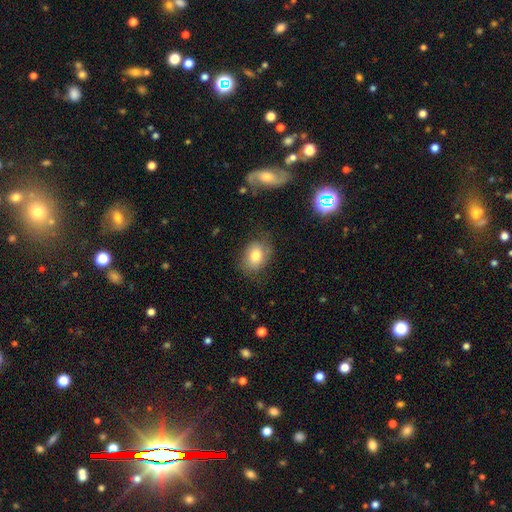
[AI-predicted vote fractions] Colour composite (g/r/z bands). It shows a smooth galaxy with no disk features (70%) that is in between round and cigar-shaped (58%). Merging: none (68%).